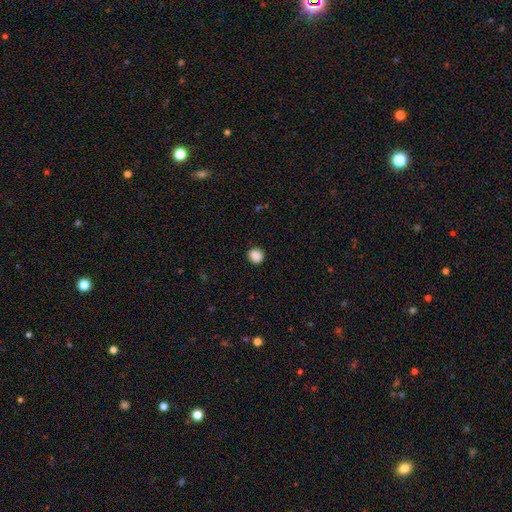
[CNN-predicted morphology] Smooth or featured? Predicted: smooth (p=0.88). How rounded? Predicted: round (p=0.84). Merging? Predicted: none (p=0.88).